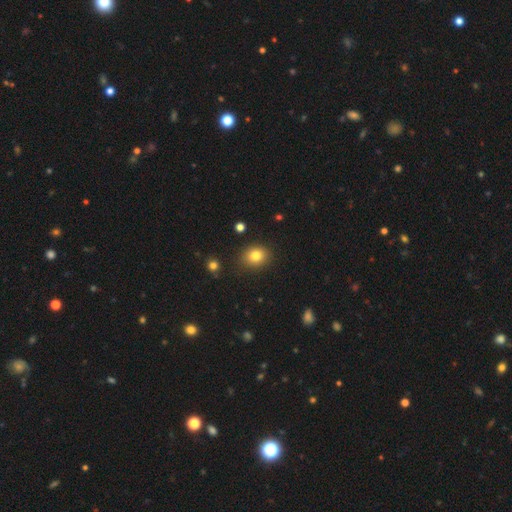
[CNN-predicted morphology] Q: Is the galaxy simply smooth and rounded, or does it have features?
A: smooth — 80%.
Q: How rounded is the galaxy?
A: round — 62%.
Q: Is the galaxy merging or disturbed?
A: none — 86%.